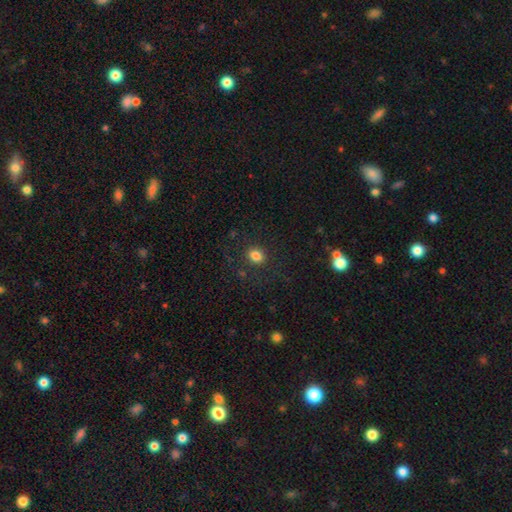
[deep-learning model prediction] A smooth galaxy with no disk features (82%) that is round (61%). Merging: none (85%).